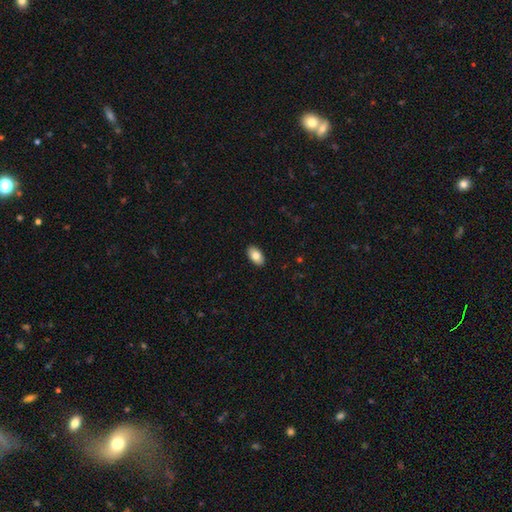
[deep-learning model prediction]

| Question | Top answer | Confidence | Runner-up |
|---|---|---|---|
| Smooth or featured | smooth | 83% | featured or disk (10%) |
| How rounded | in between | 94% | round (3%) |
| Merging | none | 90% | minor disturbance (7%) |